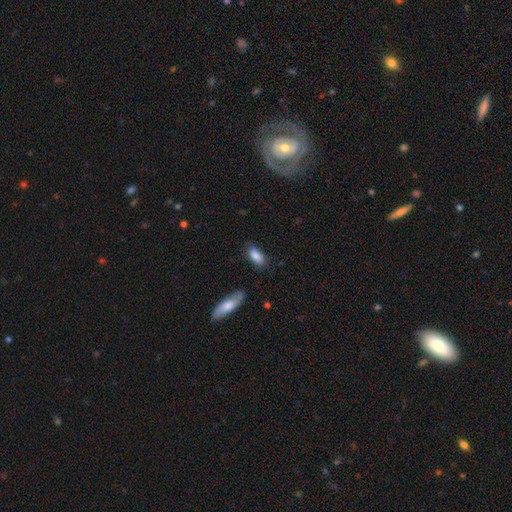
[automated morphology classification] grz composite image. It shows a smooth galaxy with no disk features (84%) that is in between round and cigar-shaped (80%). Merging: none (75%).